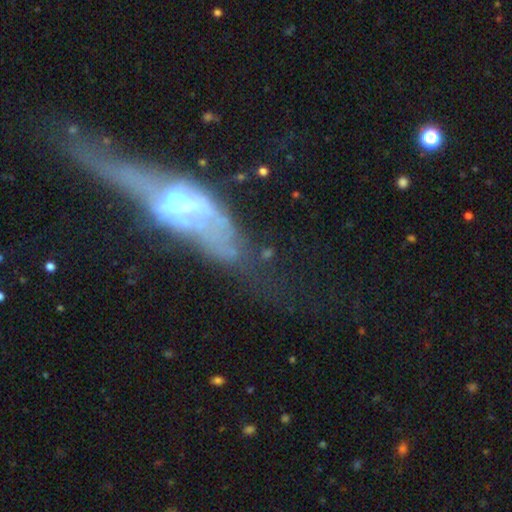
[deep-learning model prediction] Morphology: type=featured or disk (63%); edge-on=no (55%); merging=major disturbance (49%).